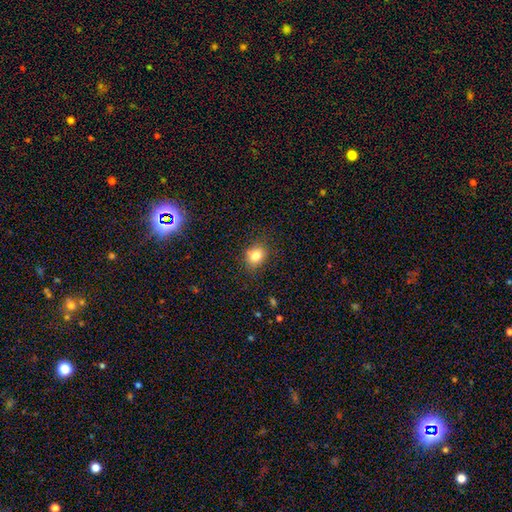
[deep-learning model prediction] This appears to be a smooth galaxy with no disk features (81%) that is round (59%). Merging: none (82%).